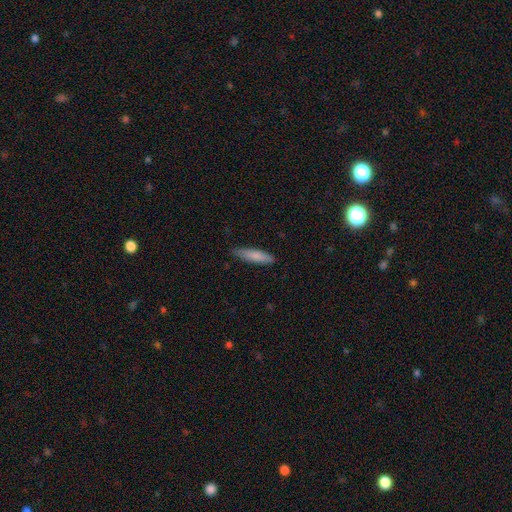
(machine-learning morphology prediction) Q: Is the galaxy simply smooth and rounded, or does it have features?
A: smooth — 81%.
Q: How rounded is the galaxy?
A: cigar-shaped — 76%.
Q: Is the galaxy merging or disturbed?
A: none — 80%.